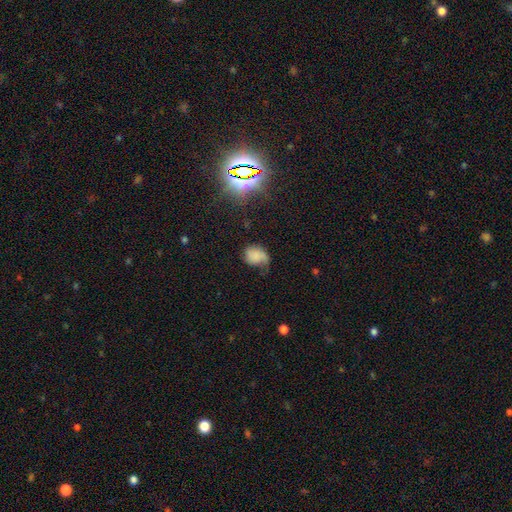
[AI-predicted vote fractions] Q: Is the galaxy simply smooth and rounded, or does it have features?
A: smooth — 62%.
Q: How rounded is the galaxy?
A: in between — 62%.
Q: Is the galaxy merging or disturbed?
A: minor disturbance — 36%.